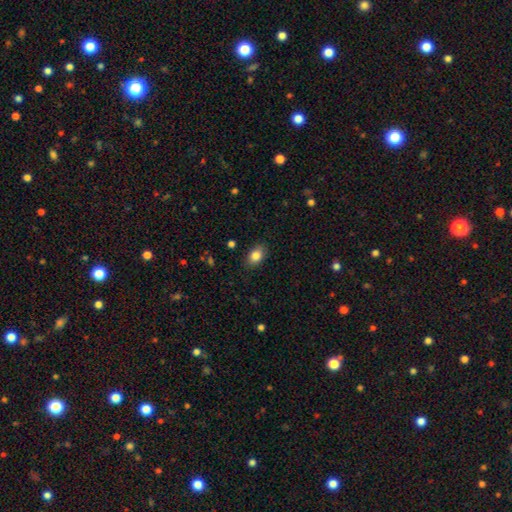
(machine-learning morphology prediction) smooth-or-featured: smooth: 85% | star or artifact: 8% | featured or disk: 7%
  how-rounded: in between: 83% | round: 16% | cigar-shaped: 2%
  merging: none: 85% | minor disturbance: 11% | major disturbance: 3% | merger: 1%